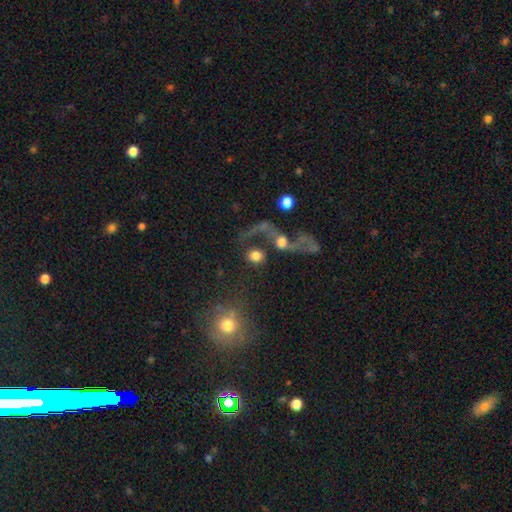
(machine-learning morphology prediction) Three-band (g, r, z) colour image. It shows a smooth galaxy with no disk features (64%) that is round (71%). Merging: merger (36%).